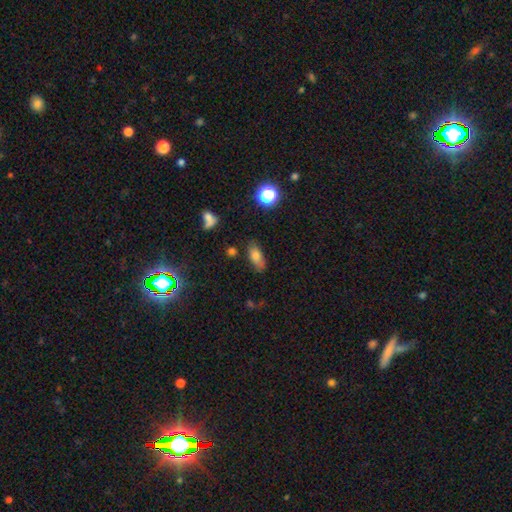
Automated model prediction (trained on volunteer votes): Overall: smooth (75%). How rounded: in between (83%). Merging: none (76%).